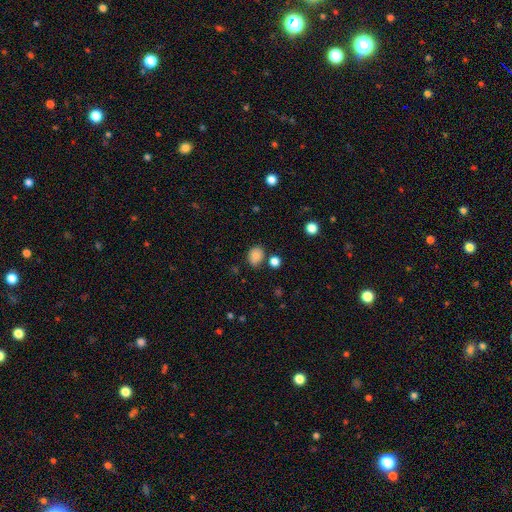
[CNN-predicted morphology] Smooth or featured?
  - smooth: 83% *
  - star or artifact: 11%
  - featured or disk: 6%
How rounded?
  - round: 55% *
  - in between: 44%
  - cigar-shaped: 1%
Merging?
  - none: 72% *
  - minor disturbance: 17%
  - merger: 7%
  - major disturbance: 4%